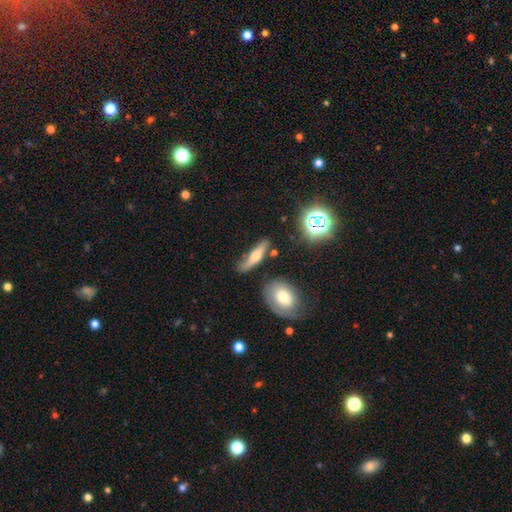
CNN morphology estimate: A smooth galaxy with no disk features (55%) that is cigar-shaped (69%).

Vote fractions:
- Smooth or featured? smooth: 55% / featured or disk: 34% / star or artifact: 11%
- How rounded? cigar-shaped: 69% / in between: 27% / round: 5%
- Merging? none: 68% / minor disturbance: 19% / merger: 7% / major disturbance: 6%